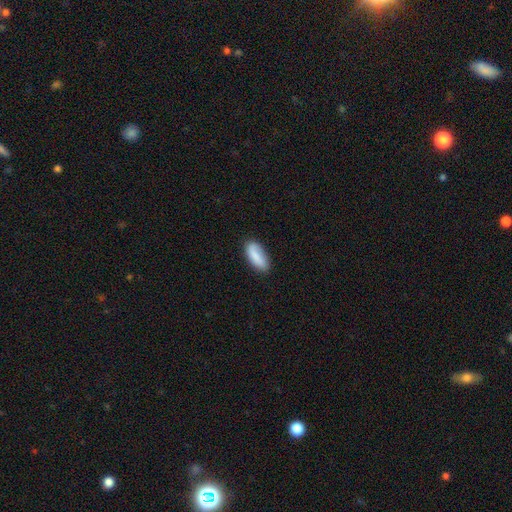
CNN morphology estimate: Smooth or featured: smooth — 83% (featured or disk — 11%)
How rounded: in between — 83% (cigar-shaped — 15%)
Merging: none — 75% (minor disturbance — 19%)